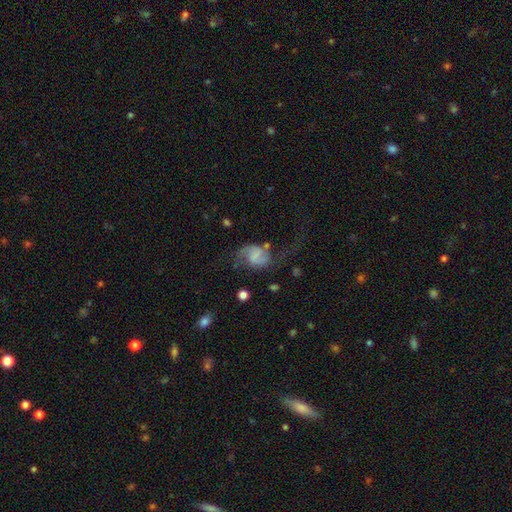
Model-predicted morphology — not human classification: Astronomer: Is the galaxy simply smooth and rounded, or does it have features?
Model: featured or disk — 71%.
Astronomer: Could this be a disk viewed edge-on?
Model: no — 98%.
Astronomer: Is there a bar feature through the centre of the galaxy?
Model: weak — 45% (runner-up: no, 36%).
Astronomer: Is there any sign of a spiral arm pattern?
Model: yes — 91%.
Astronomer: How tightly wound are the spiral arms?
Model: loose — 51% (runner-up: medium, 38%).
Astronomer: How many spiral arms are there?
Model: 2 — 88%.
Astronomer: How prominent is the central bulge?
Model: none — 59%.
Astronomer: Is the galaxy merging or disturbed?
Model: none — 45% (runner-up: major disturbance, 30%).